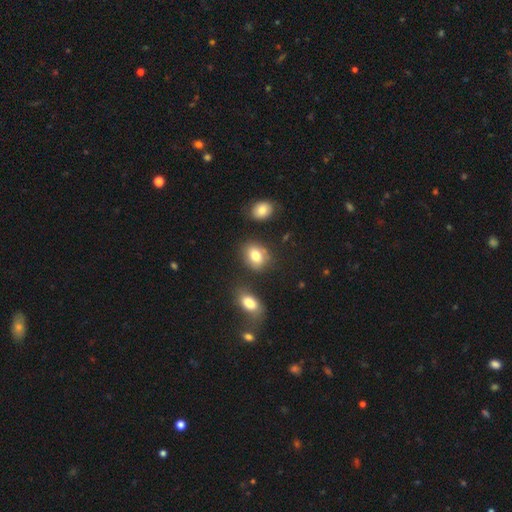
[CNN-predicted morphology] type=smooth (80%); roundness=in between (65%); merging=none (71%).